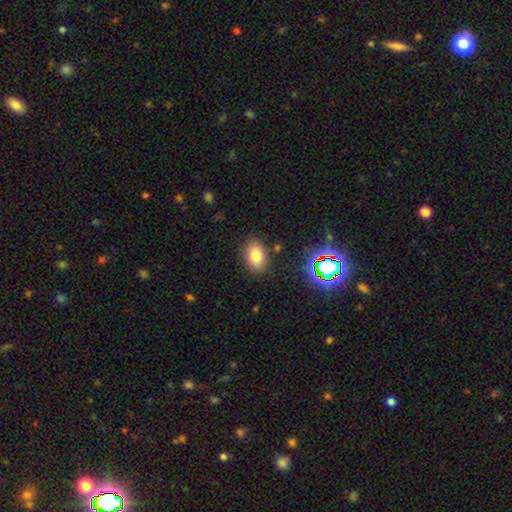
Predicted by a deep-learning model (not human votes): This appears to be a smooth galaxy with no disk features (78%) that is in between round and cigar-shaped (83%). Merging: none (84%).